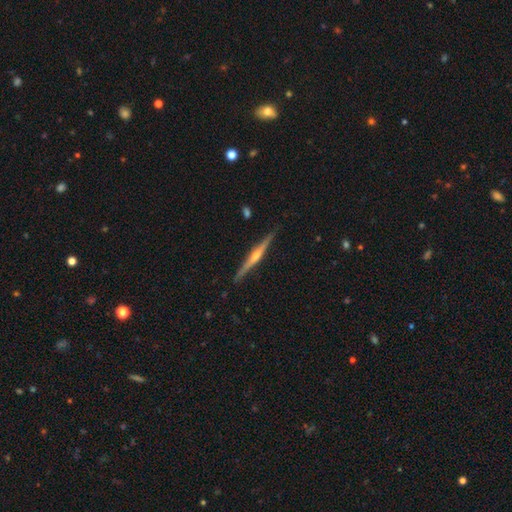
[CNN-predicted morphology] smooth-or-featured: featured or disk: 77% | smooth: 18% | star or artifact: 5%
  disk-edge-on: yes: 98% | no: 2%
    edge-on-bulge: rounded: 84% | none: 10% | boxy: 6%
  merging: none: 90% | minor disturbance: 8% | major disturbance: 1% | merger: 1%